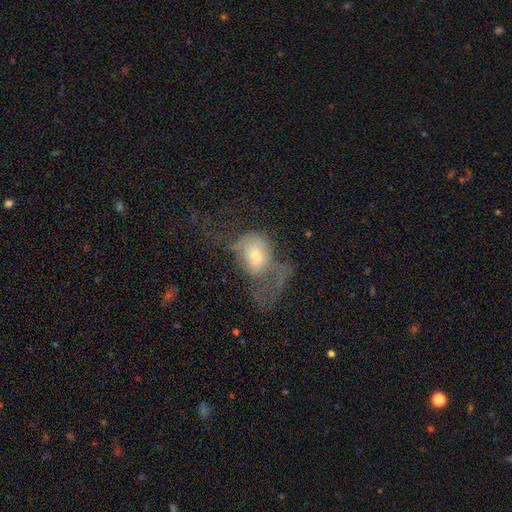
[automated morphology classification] This appears to be a smooth galaxy with no disk features (52%) that is in between round and cigar-shaped (59%). Merging: major disturbance (67%).